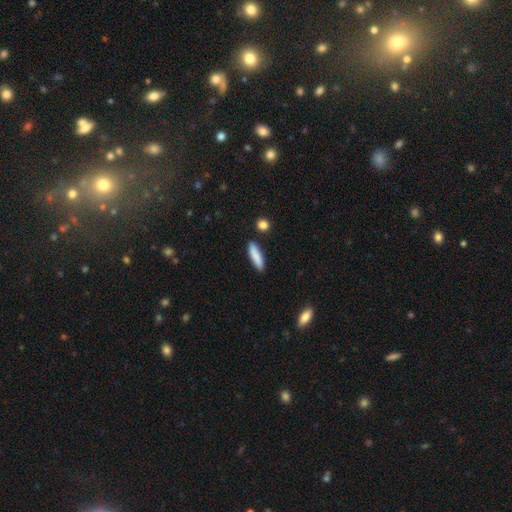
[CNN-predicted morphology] smooth-or-featured: smooth: 85% | featured or disk: 9% | star or artifact: 6%
  how-rounded: cigar-shaped: 73% | in between: 26% | round: 2%
  merging: none: 86% | minor disturbance: 9% | merger: 3% | major disturbance: 2%